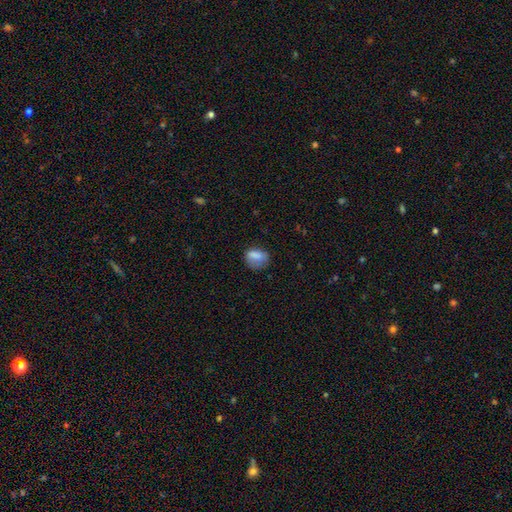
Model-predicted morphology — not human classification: smooth 78%, featured or disk 13%, star or artifact 10%. Down the decision tree: how rounded — in between (59%); merging — none (54%).